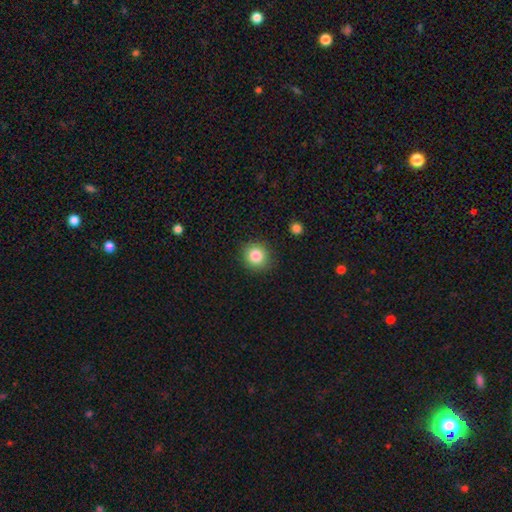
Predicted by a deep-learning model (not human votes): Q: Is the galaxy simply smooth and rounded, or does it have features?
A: smooth — 84%.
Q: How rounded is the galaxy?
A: round — 90%.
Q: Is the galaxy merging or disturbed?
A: none — 89%.